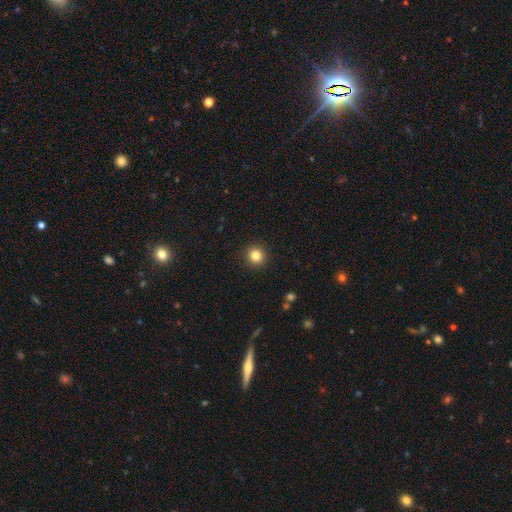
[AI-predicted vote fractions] Smooth or featured?
  - smooth: 83% *
  - star or artifact: 11%
  - featured or disk: 5%
How rounded?
  - round: 93% *
  - in between: 6%
  - cigar-shaped: 1%
Merging?
  - none: 92% *
  - minor disturbance: 5%
  - major disturbance: 2%
  - merger: 1%